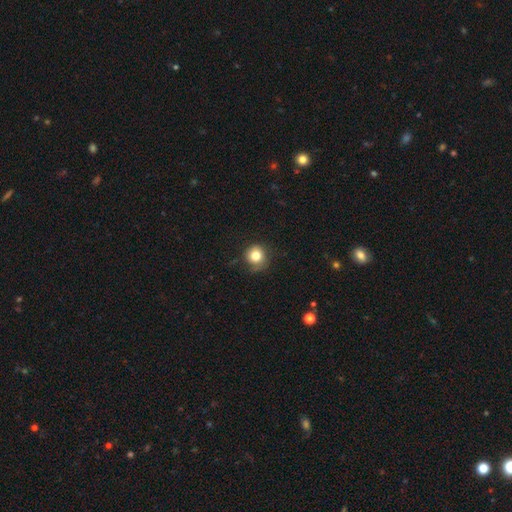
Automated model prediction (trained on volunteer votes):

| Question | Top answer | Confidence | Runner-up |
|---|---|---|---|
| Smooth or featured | smooth | 79% | star or artifact (11%) |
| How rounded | round | 89% | in between (10%) |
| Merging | none | 71% | minor disturbance (21%) |